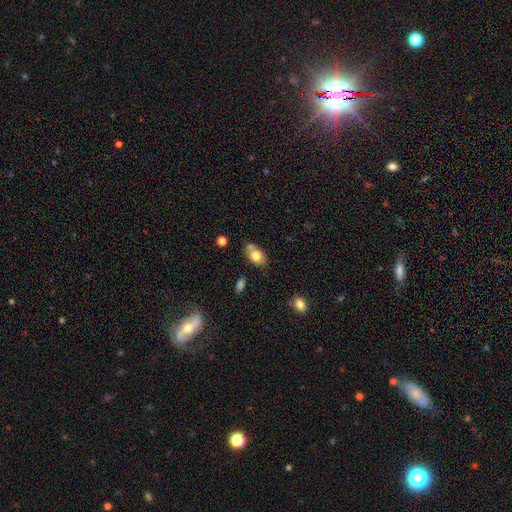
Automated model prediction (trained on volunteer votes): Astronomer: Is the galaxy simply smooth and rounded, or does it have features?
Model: smooth — 77%.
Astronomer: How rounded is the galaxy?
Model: in between — 81%.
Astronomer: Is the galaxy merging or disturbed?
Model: none — 57%.